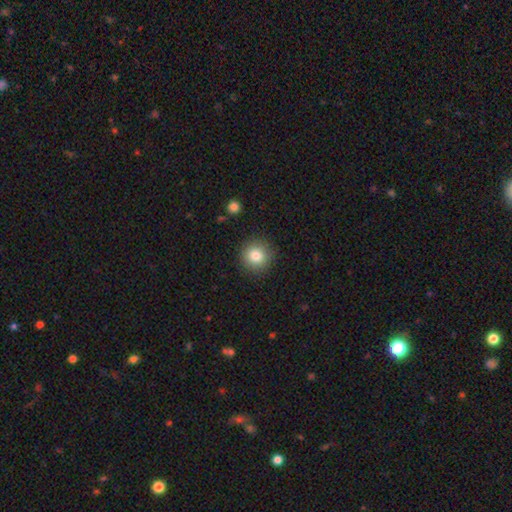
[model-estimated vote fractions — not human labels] Smooth or featured: smooth — 81% (star or artifact — 11%)
How rounded: round — 94% (in between — 5%)
Merging: none — 90% (minor disturbance — 7%)